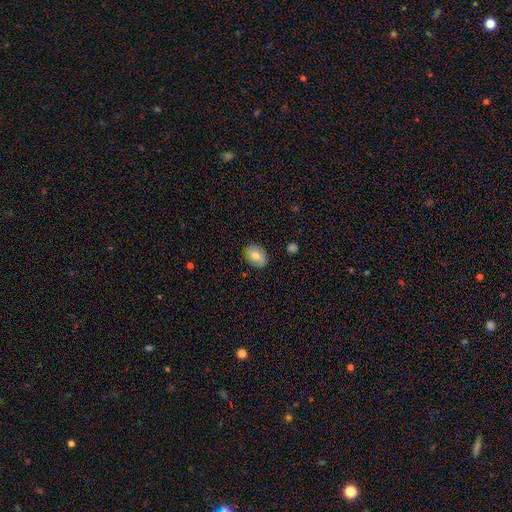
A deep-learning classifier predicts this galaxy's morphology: This appears to be a smooth galaxy with no disk features (69%) that is in between round and cigar-shaped (74%). Merging: none (85%).